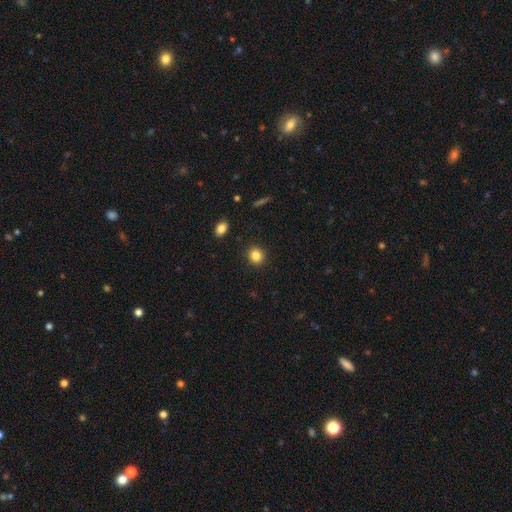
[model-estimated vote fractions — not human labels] This appears to be a smooth galaxy with no disk features (84%) that is round (85%). Merging: none (91%).